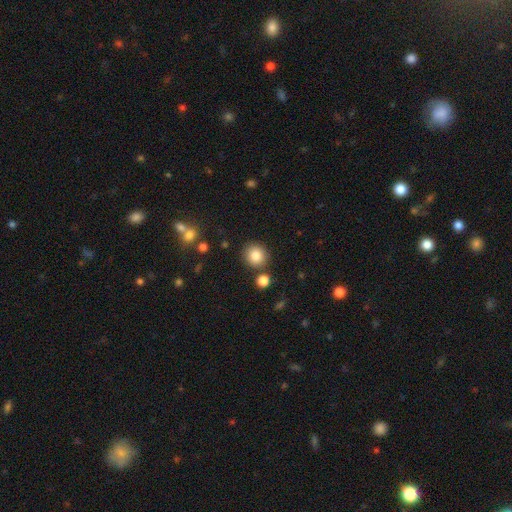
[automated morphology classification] The model was most divided on "smooth or featured": smooth: 84%, star or artifact: 9%, featured or disk: 6%. More confident: how rounded — round (91%); merging — none (83%).